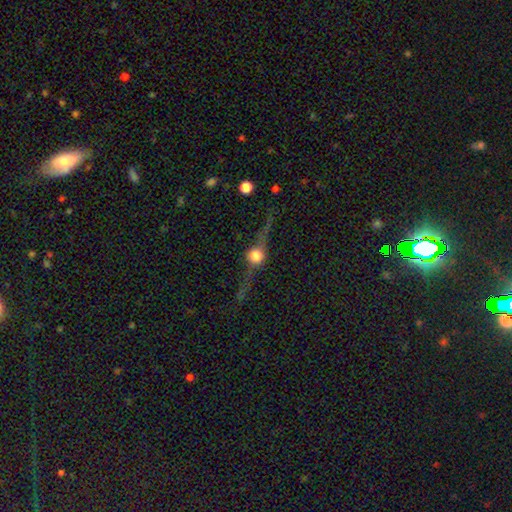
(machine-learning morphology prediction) Overall: featured or disk (78%). Edge-on disk: yes (94%). Edge-on bulge: rounded (97%). Merging: none (80%).